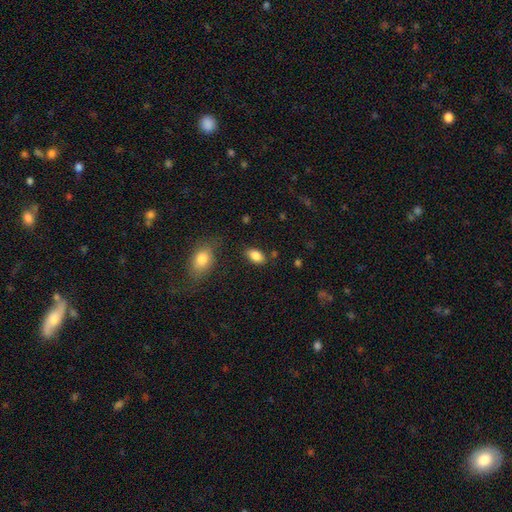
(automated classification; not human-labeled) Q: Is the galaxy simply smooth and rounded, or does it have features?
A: smooth — 85%.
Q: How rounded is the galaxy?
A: in between — 92%.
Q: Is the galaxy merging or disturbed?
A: none — 79%.